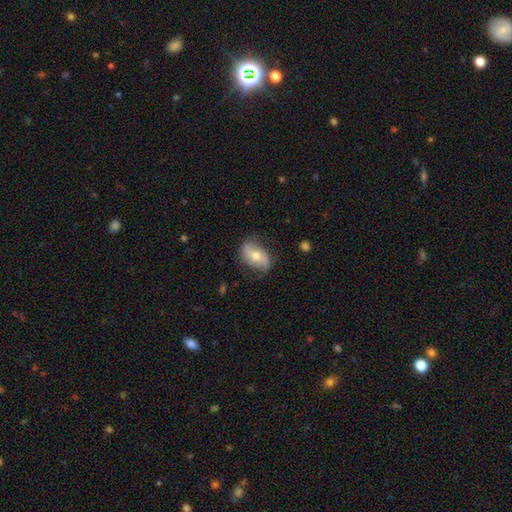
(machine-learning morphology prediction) Smooth or featured? featured or disk (52%)
Edge-on disk? no (92%)
Merging? none (73%)